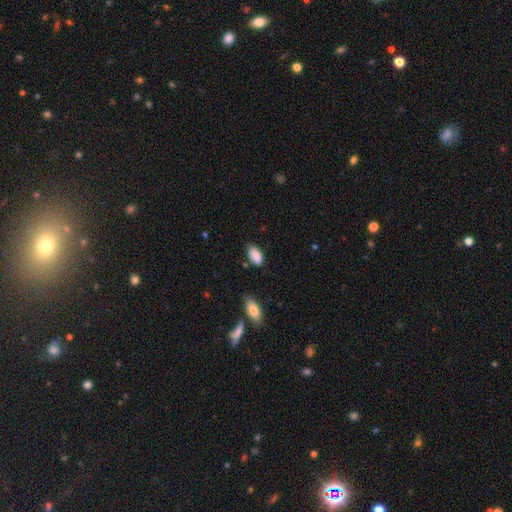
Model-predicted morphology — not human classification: Smooth or featured: smooth — 88% (star or artifact — 7%)
How rounded: in between — 93% (round — 4%)
Merging: none — 75% (minor disturbance — 19%)